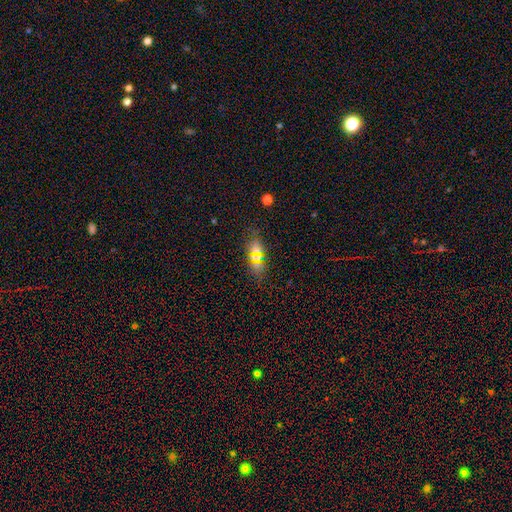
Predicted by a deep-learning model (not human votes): This is likely a smooth galaxy (62%). How rounded: likely in between (79%). Merging: likely none (80%).